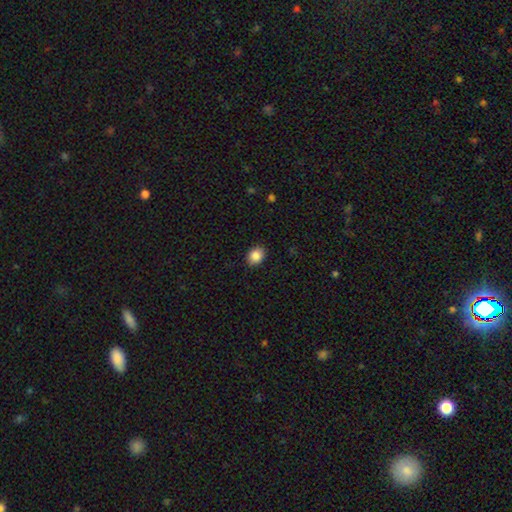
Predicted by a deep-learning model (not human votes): This appears to be a smooth galaxy with no disk features (87%) that is in between round and cigar-shaped (52%). Merging: none (88%).